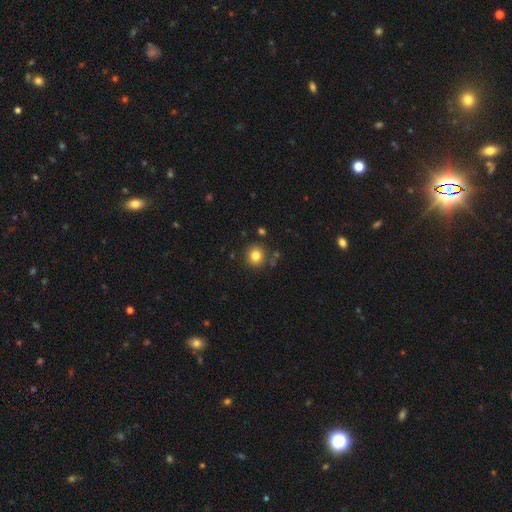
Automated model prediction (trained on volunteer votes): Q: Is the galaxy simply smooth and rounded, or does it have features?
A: smooth — 82%.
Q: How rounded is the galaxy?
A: round — 91%.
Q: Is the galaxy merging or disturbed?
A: none — 86%.